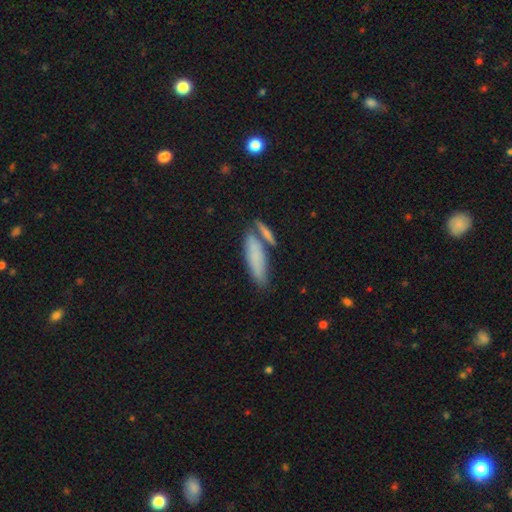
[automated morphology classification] This is likely a smooth galaxy (74%). How rounded: possibly cigar-shaped (58%). Merging: possibly none (59%).